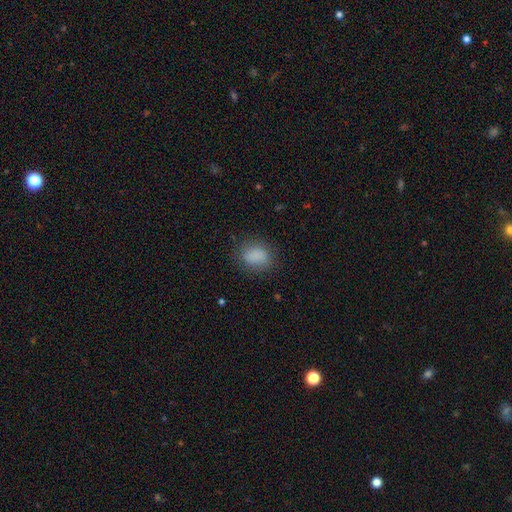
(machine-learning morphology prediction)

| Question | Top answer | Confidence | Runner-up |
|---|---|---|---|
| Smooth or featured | smooth | 85% | star or artifact (9%) |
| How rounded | in between | 58% | round (41%) |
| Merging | none | 79% | minor disturbance (14%) |